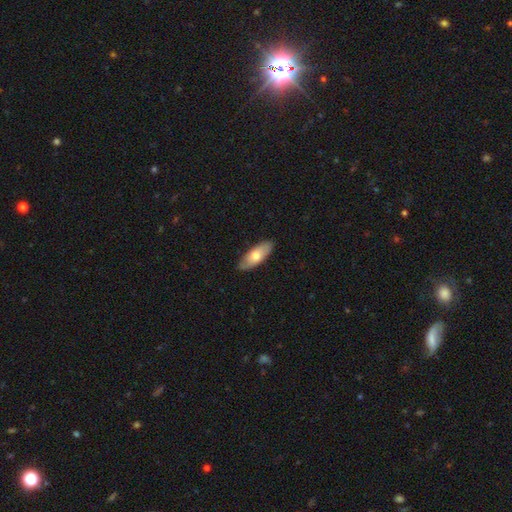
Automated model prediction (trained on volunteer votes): smooth_or_featured: smooth (p=0.66) [alt: featured or disk p=0.29]
how_rounded: in between (p=0.78) [alt: cigar-shaped p=0.20]
merging: none (p=0.86) [alt: minor disturbance p=0.12]